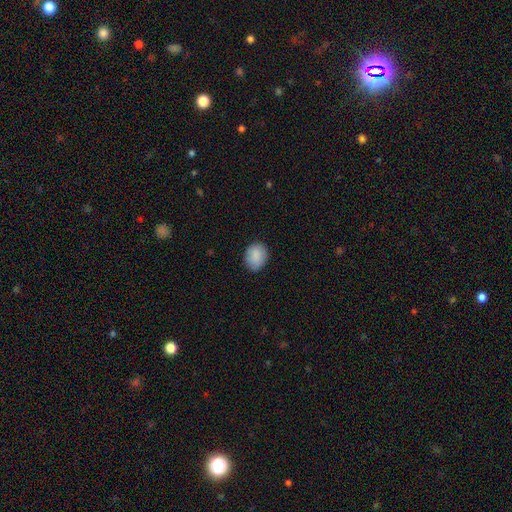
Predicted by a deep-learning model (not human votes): This is clearly a smooth galaxy (89%). How rounded: possibly in between (56%). Merging: clearly none (83%).